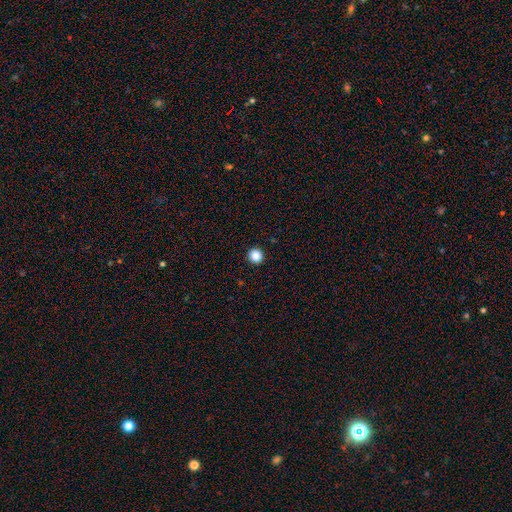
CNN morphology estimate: Smooth or featured: smooth — 87% (star or artifact — 10%)
How rounded: round — 93% (in between — 6%)
Merging: none — 94% (minor disturbance — 4%)